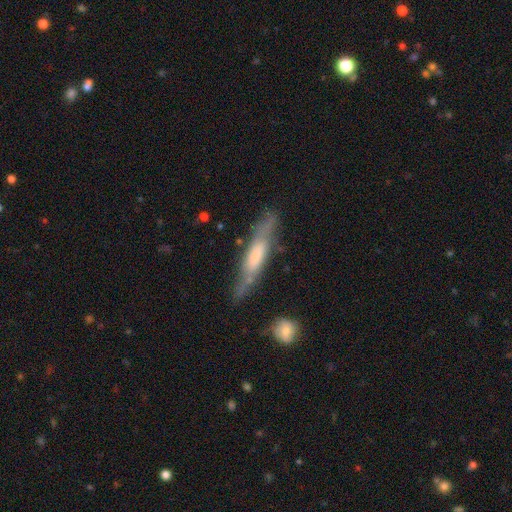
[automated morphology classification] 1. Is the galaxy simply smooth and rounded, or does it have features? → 54% featured or disk, 39% smooth, 7% star or artifact.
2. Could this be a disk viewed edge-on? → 74% yes, 26% no.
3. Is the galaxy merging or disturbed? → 68% none, 21% minor disturbance, 8% major disturbance, 4% merger.